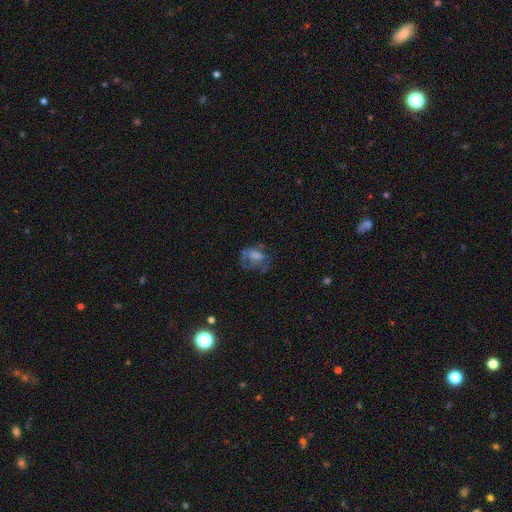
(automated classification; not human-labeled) Morphology: type=featured or disk (42%, tied with smooth); merging=none (45%).